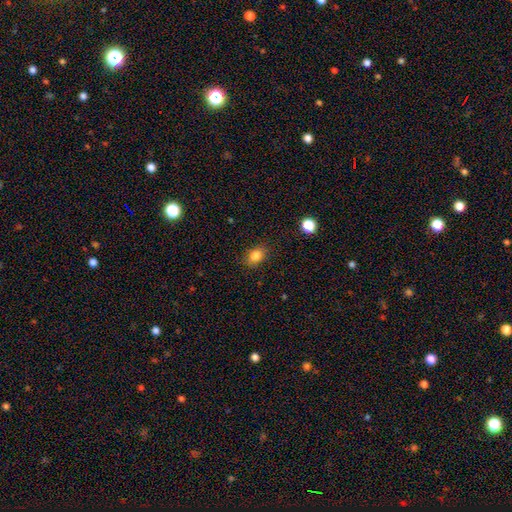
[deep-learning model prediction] Smooth or featured? Predicted: smooth (p=0.83). How rounded? Predicted: in between (p=0.70). Merging? Predicted: none (p=0.85).